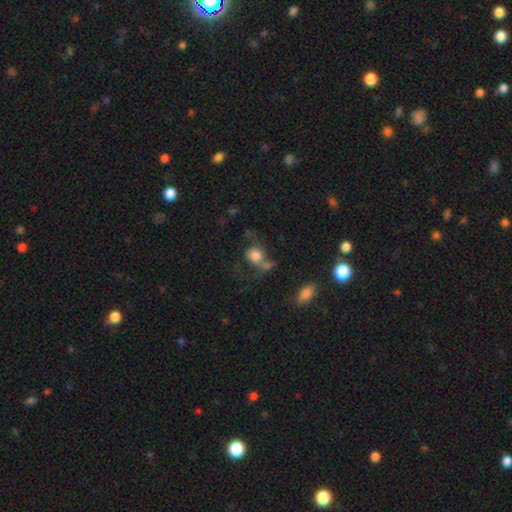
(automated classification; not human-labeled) smooth-or-featured: smooth: 63% | featured or disk: 26% | star or artifact: 12%
  how-rounded: round: 67% | in between: 31% | cigar-shaped: 2%
  merging: none: 31% | major disturbance: 26% | merger: 26% | minor disturbance: 17%